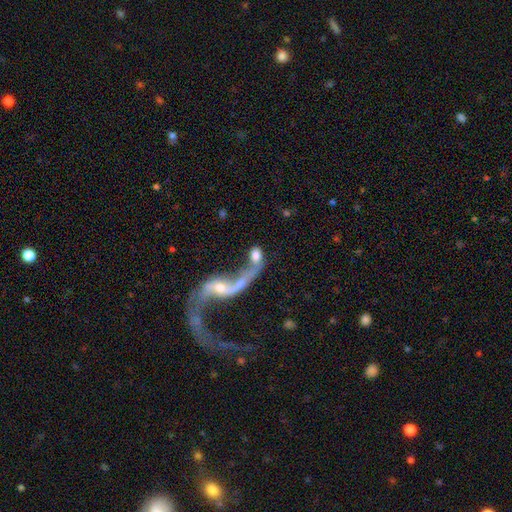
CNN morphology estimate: Smooth or featured? Predicted: smooth (p=0.50). How rounded? Predicted: in between (p=0.74). Merging? Predicted: merger (p=0.62).